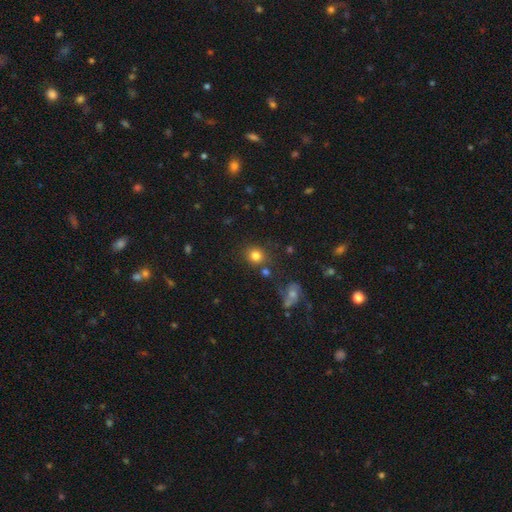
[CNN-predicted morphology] A smooth galaxy with no disk features (81%) that is round (82%).

Vote fractions:
- Smooth or featured? smooth: 81% / star or artifact: 13% / featured or disk: 7%
- How rounded? round: 82% / in between: 17% / cigar-shaped: 1%
- Merging? none: 76% / minor disturbance: 10% / merger: 10% / major disturbance: 4%